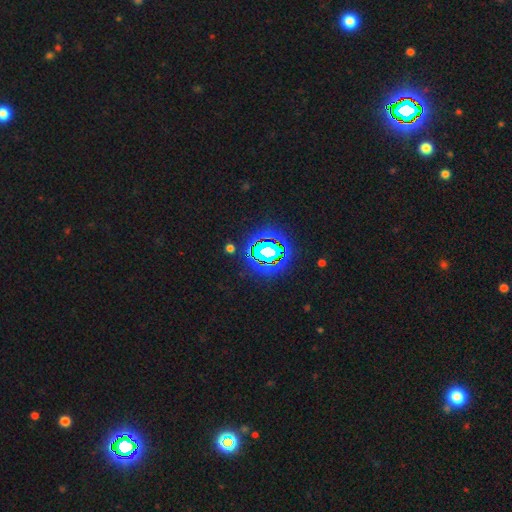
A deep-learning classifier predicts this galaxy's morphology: Smooth or featured? star or artifact (82%)